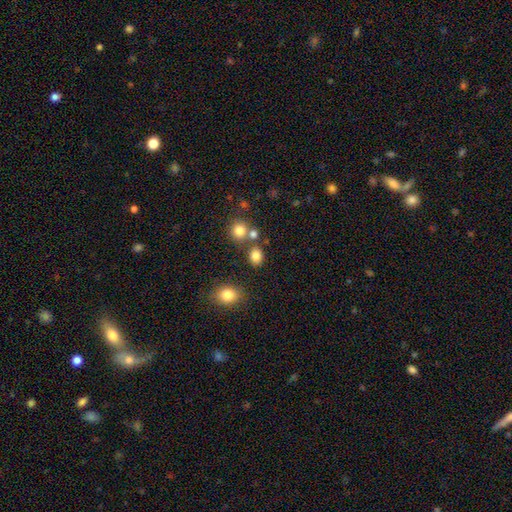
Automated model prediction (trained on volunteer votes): Overall: smooth (82%). How rounded: round (53%; in between 46%). Merging: none (74%).